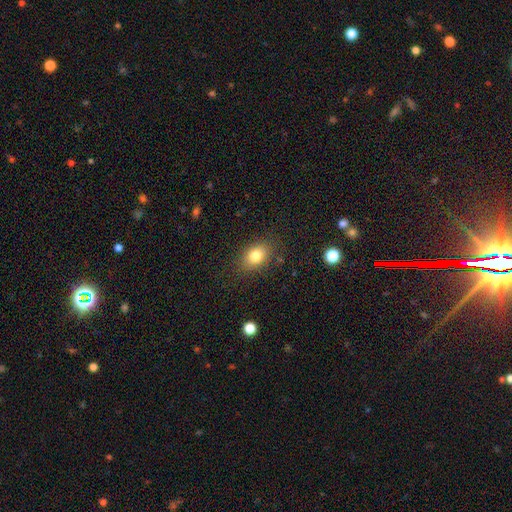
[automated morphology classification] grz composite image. It shows a smooth galaxy with no disk features (80%) that is in between round and cigar-shaped (77%). Merging: none (84%).